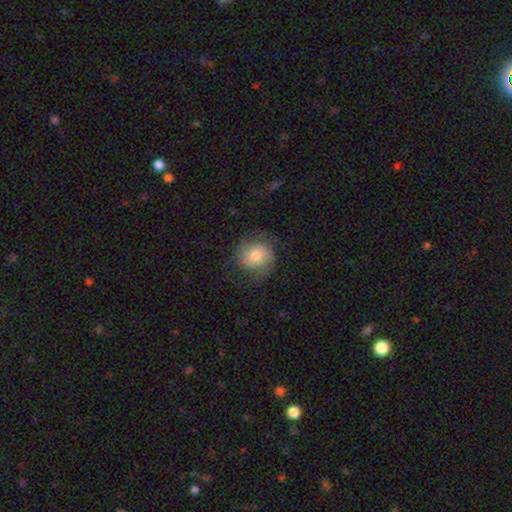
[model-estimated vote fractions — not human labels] Smooth or featured? smooth (63%)
How rounded? round (86%)
Merging? none (70%)